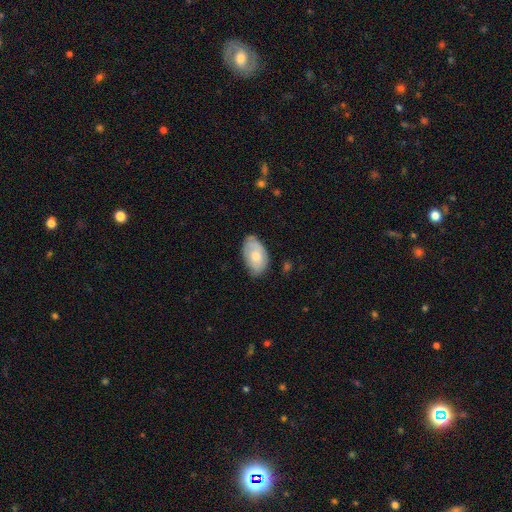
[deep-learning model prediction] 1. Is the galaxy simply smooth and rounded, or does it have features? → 66% smooth, 29% featured or disk, 6% star or artifact.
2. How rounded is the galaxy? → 93% in between, 6% round, 1% cigar-shaped.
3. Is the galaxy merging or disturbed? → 63% none, 30% minor disturbance, 5% major disturbance, 2% merger.